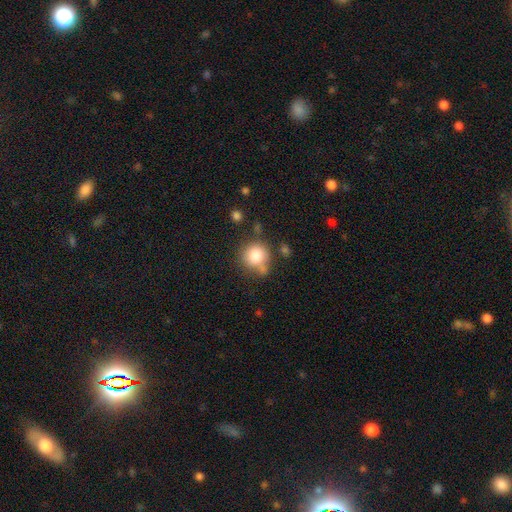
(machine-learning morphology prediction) smooth 81%, star or artifact 10%, featured or disk 9%. Down the decision tree: how rounded — round (88%); merging — none (59%).